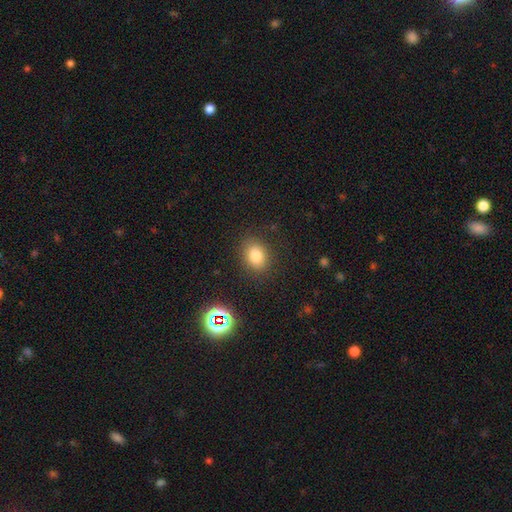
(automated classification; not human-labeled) smooth_or_featured: smooth (p=0.80) [alt: star or artifact p=0.12]
how_rounded: in between (p=0.58) [alt: round p=0.41]
merging: none (p=0.84) [alt: minor disturbance p=0.11]